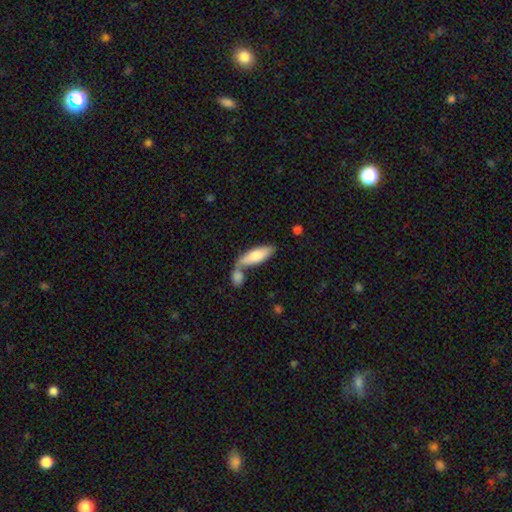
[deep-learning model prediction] smooth-or-featured: smooth: 75% | featured or disk: 20% | star or artifact: 5%
  how-rounded: in between: 65% | cigar-shaped: 33% | round: 2%
  merging: merger: 46% | none: 36% | minor disturbance: 12% | major disturbance: 6%